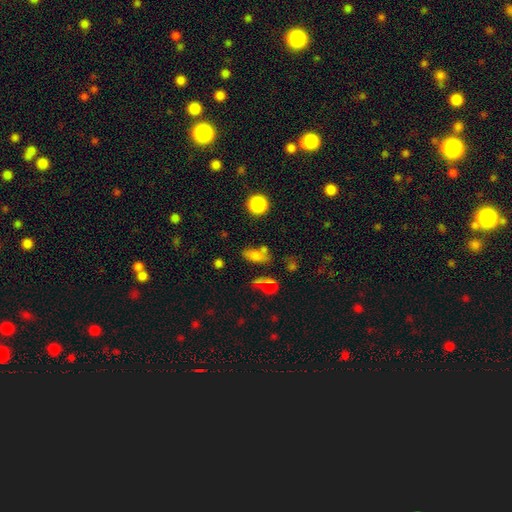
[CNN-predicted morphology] Smooth or featured: smooth — 71% (star or artifact — 15%)
How rounded: in between — 79% (round — 11%)
Merging: none — 56% (merger — 18%)